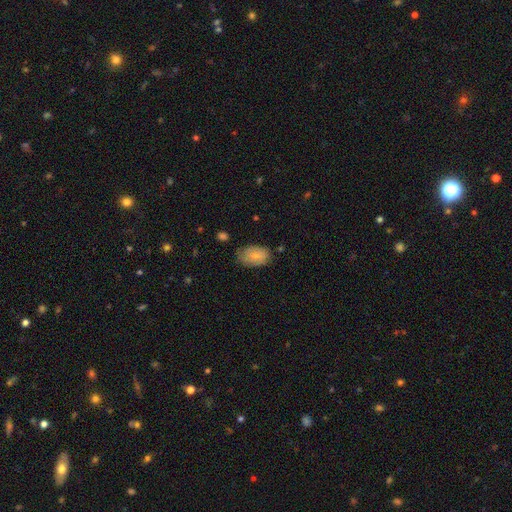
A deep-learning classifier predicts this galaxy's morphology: smooth_or_featured: smooth (p=0.74) [alt: featured or disk p=0.19]
how_rounded: in between (p=0.90) [alt: round p=0.09]
merging: none (p=0.69) [alt: minor disturbance p=0.25]